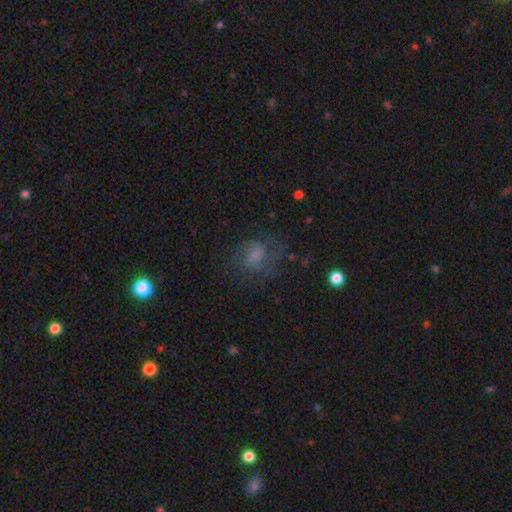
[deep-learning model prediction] smooth_or_featured: smooth (p=0.51) [alt: featured or disk p=0.33]
how_rounded: in between (p=0.62) [alt: round p=0.35]
merging: none (p=0.53) [alt: major disturbance p=0.24]